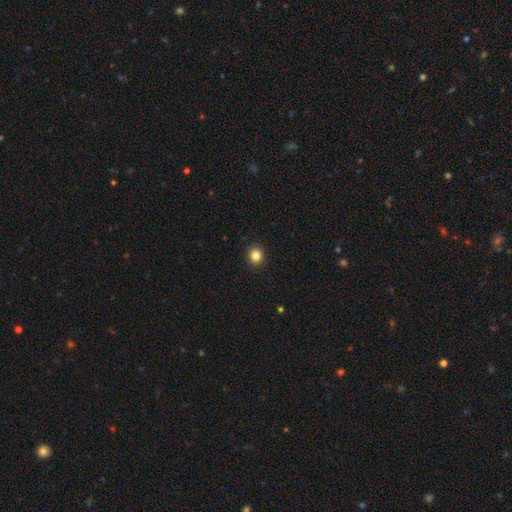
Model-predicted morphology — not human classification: Q: Smooth or featured?
A: smooth (84%); runner-up: star or artifact (11%)
Q: How rounded?
A: round (83%); runner-up: in between (16%)
Q: Merging?
A: none (92%); runner-up: minor disturbance (5%)